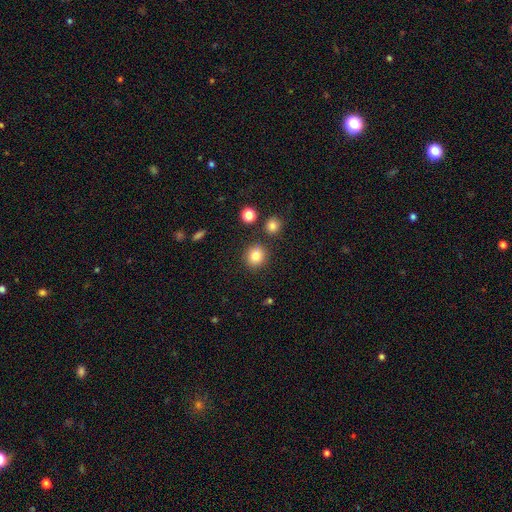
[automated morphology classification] Smooth or featured: smooth — 83% (star or artifact — 11%)
How rounded: round — 87% (in between — 12%)
Merging: none — 87% (minor disturbance — 7%)